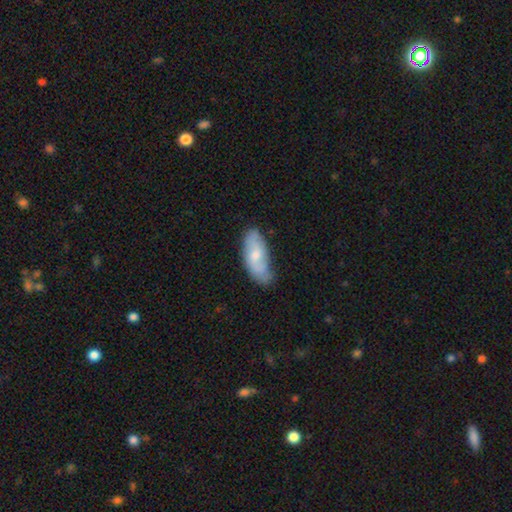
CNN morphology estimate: Smooth or featured? Predicted: smooth (p=0.59). How rounded? Predicted: in between (p=0.83). Merging? Predicted: none (p=0.58).